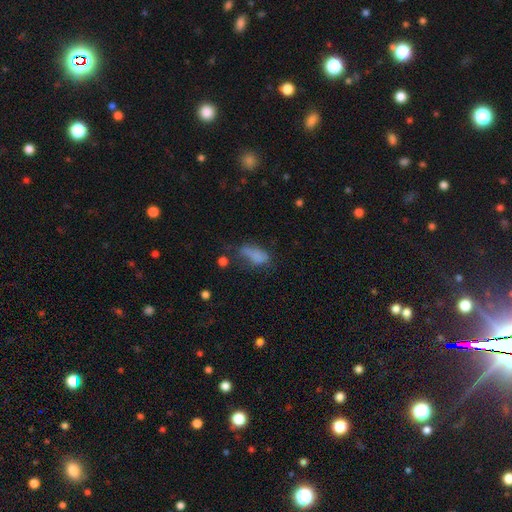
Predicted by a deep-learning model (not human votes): smooth 67%, featured or disk 19%, star or artifact 14%. Down the decision tree: how rounded — in between (82%); merging — none (31%).